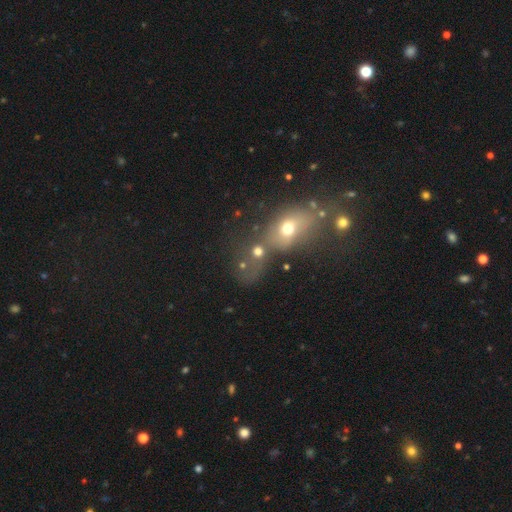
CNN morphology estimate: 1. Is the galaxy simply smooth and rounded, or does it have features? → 48% smooth, 30% star or artifact, 22% featured or disk.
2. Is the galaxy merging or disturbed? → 39% merger, 34% none, 15% major disturbance, 13% minor disturbance.